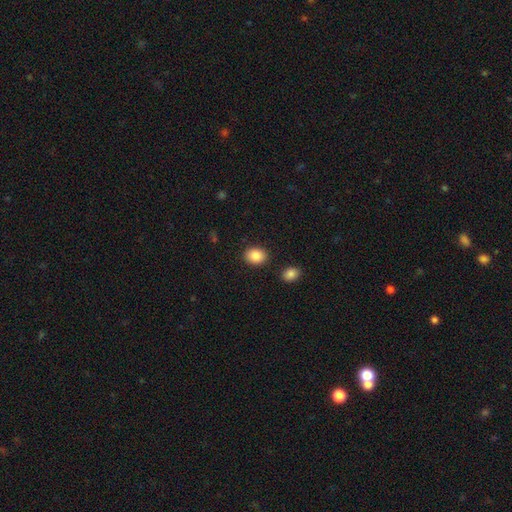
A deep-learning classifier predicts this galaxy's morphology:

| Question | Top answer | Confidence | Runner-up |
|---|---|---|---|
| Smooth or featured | smooth | 87% | star or artifact (8%) |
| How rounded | in between | 57% | round (42%) |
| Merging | none | 88% | minor disturbance (7%) |